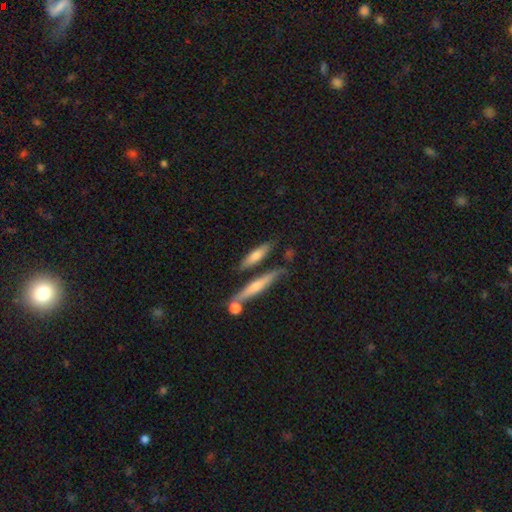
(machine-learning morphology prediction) This is likely a smooth galaxy (61%). How rounded: likely cigar-shaped (71%). Merging: likely none (68%).